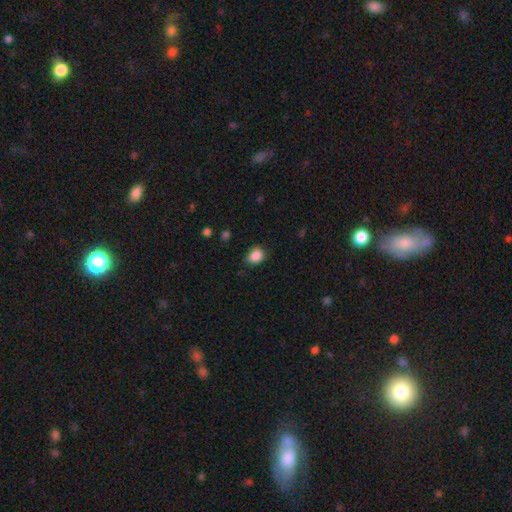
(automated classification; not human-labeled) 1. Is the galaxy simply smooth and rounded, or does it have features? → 88% smooth, 9% star or artifact, 3% featured or disk.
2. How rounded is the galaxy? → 51% in between, 48% round, 1% cigar-shaped.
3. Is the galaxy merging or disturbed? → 75% none, 20% minor disturbance, 4% major disturbance, 1% merger.